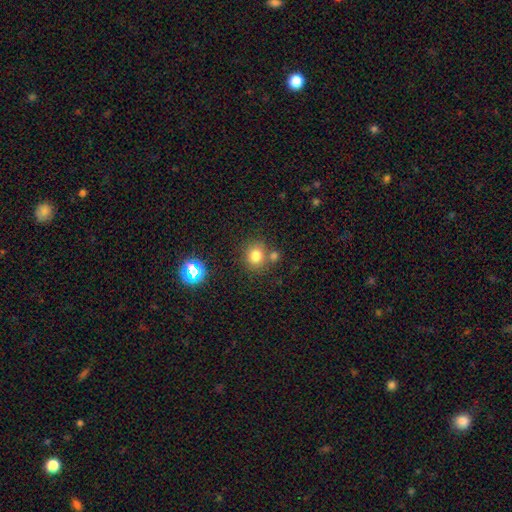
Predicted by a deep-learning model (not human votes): Overall: smooth (77%). How rounded: round (84%). Merging: none (67%).